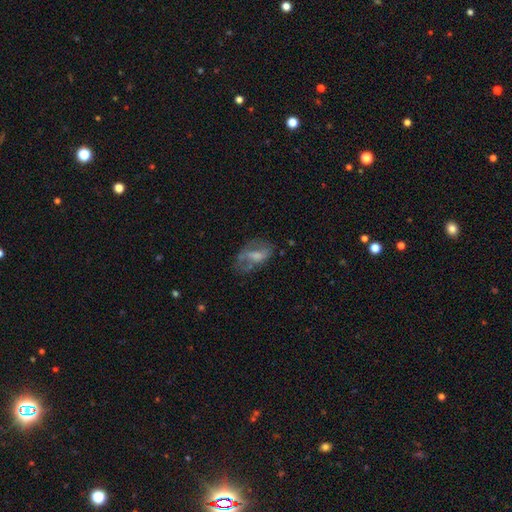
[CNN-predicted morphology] Smooth or featured? Predicted: featured or disk (p=0.47). Merging? Predicted: none (p=0.43).